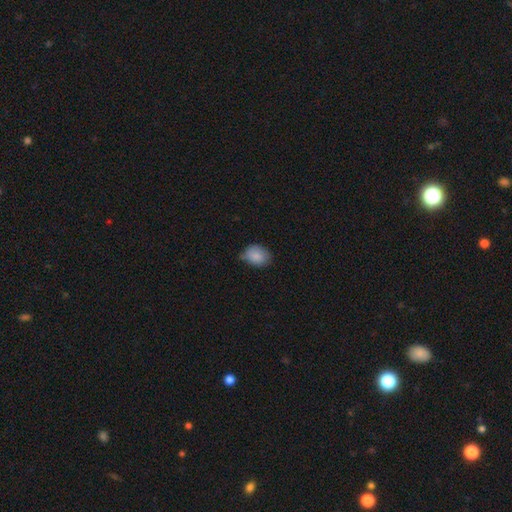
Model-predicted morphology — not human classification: Q: Smooth or featured?
A: smooth (87%); runner-up: star or artifact (8%)
Q: How rounded?
A: in between (58%); runner-up: round (41%)
Q: Merging?
A: none (61%); runner-up: minor disturbance (32%)